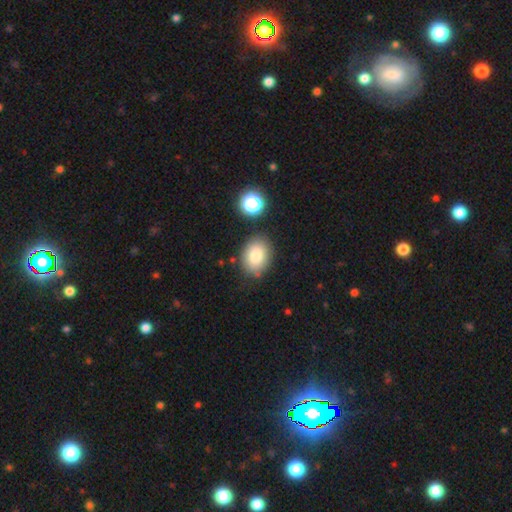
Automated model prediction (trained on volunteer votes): smooth-or-featured: smooth: 82% | star or artifact: 10% | featured or disk: 8%
  how-rounded: in between: 63% | round: 36% | cigar-shaped: 1%
  merging: none: 80% | minor disturbance: 12% | merger: 5% | major disturbance: 3%